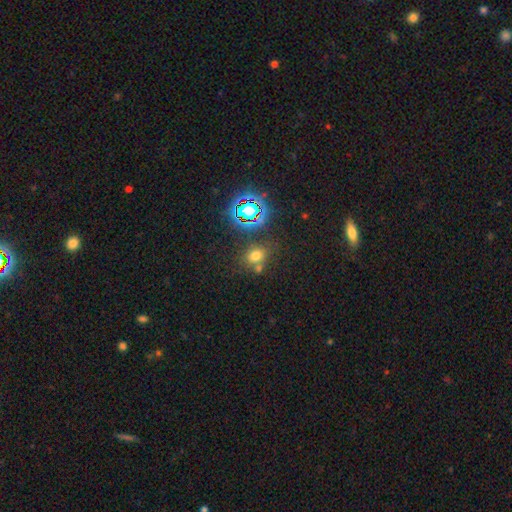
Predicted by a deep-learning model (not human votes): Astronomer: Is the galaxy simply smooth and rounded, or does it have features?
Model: smooth — 62%.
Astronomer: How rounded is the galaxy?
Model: round — 54% (runner-up: in between, 45%).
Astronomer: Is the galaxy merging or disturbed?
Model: none — 65%.